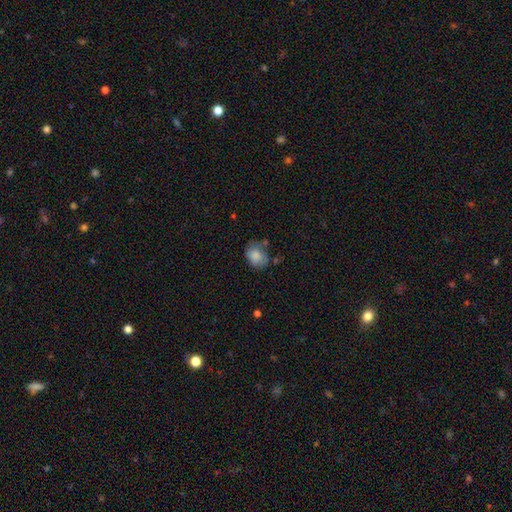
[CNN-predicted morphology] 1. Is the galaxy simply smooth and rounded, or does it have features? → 79% smooth, 12% featured or disk, 8% star or artifact.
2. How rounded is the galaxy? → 58% in between, 41% round, 1% cigar-shaped.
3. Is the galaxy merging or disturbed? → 54% none, 28% minor disturbance, 10% major disturbance, 7% merger.